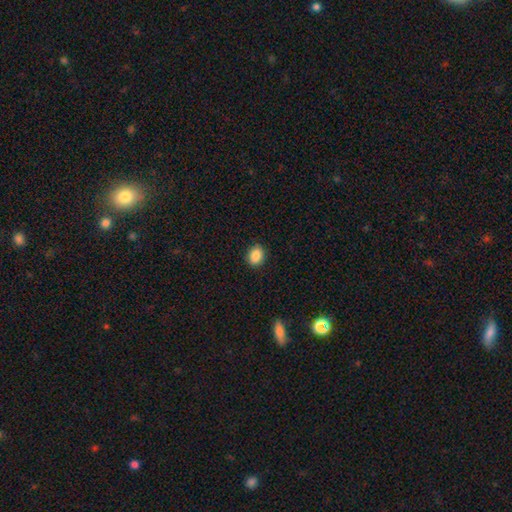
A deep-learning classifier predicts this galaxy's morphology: Smooth or featured: smooth — 88% (star or artifact — 9%)
How rounded: in between — 53% (round — 46%)
Merging: none — 89% (minor disturbance — 8%)